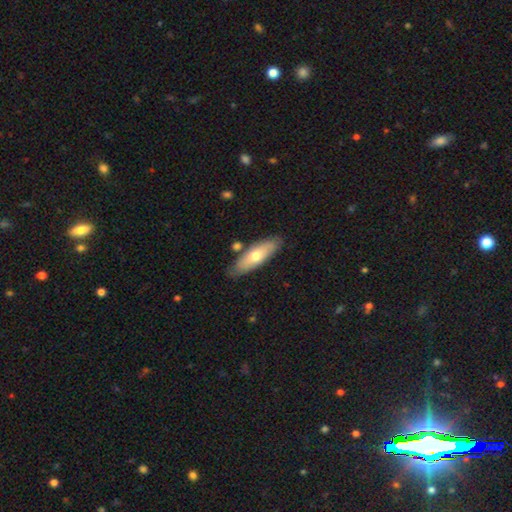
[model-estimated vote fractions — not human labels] A smooth galaxy with no disk features (61%) that is in between round and cigar-shaped (56%).

Vote fractions:
- Smooth or featured? smooth: 61% / featured or disk: 33% / star or artifact: 6%
- How rounded? in between: 56% / cigar-shaped: 42% / round: 2%
- Merging? none: 79% / minor disturbance: 13% / merger: 5% / major disturbance: 3%